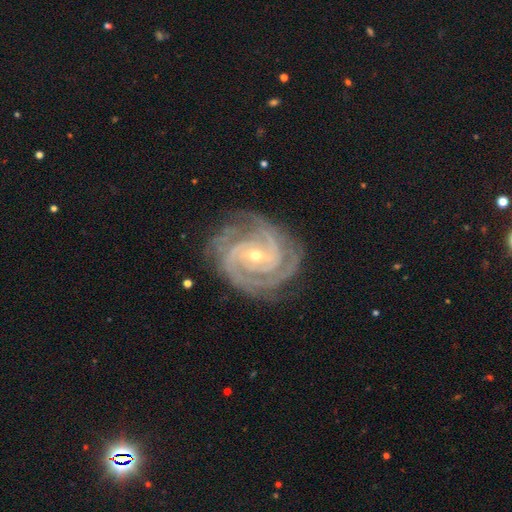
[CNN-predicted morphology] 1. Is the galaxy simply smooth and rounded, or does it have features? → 93% featured or disk, 5% star or artifact, 3% smooth.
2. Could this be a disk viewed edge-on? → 98% no, 2% yes.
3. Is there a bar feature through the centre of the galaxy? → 42% weak, 34% no, 24% strong.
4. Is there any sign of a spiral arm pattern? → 99% yes, 1% no.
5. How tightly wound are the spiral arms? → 78% tight, 20% medium, 2% loose.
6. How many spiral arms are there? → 33% 3, 23% 2, 19% 4, 12% can't tell, 7% more than 4, 6% 1.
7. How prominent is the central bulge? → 63% small, 34% moderate, 1% large, 1% none, 1% dominant.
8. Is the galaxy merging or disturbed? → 78% none, 16% minor disturbance, 5% major disturbance, 1% merger.